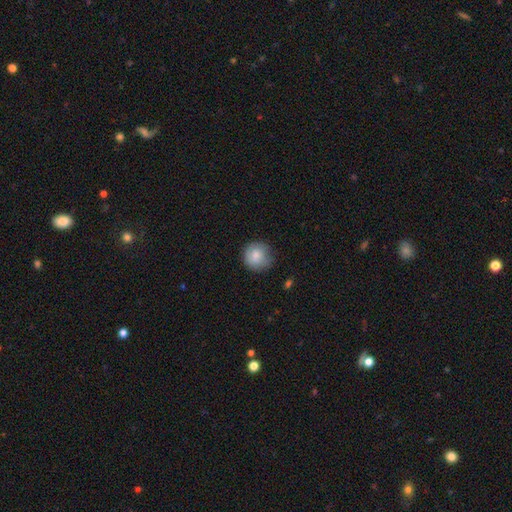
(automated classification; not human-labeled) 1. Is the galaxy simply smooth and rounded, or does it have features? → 83% smooth, 10% featured or disk, 7% star or artifact.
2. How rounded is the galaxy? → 92% round, 7% in between, 1% cigar-shaped.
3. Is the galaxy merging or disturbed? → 76% none, 19% minor disturbance, 4% major disturbance, 1% merger.